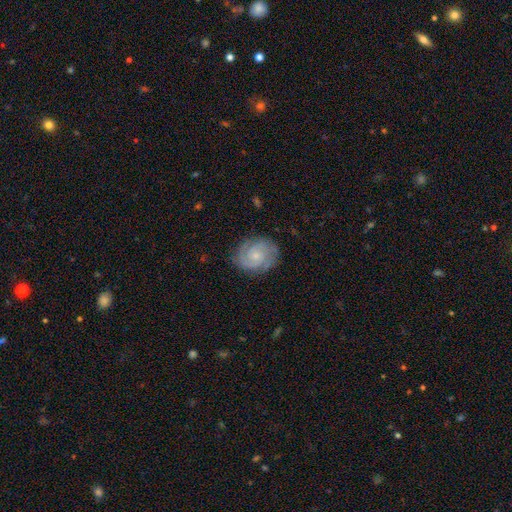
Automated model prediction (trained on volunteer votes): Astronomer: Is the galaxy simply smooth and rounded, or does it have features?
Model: featured or disk — 82%.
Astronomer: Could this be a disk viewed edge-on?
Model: no — 98%.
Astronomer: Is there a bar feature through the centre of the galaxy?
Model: no — 66%.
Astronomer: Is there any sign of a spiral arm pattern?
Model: yes — 97%.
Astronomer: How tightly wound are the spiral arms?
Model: tight — 63%.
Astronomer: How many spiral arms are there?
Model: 2 — 66%.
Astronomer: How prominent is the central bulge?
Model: small — 63%.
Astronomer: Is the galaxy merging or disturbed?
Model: none — 82%.